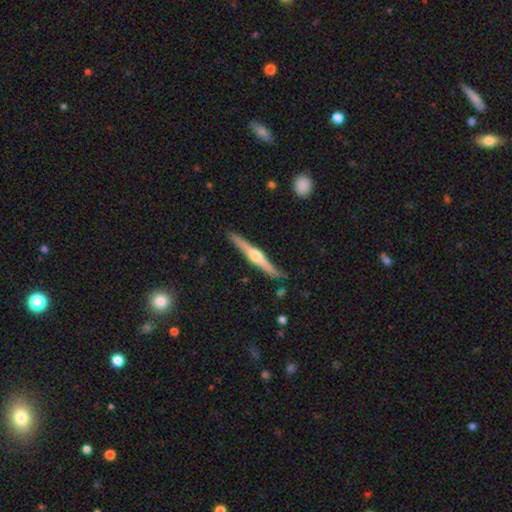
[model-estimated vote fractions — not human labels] Smooth or featured: featured or disk — 75% (smooth — 20%)
Edge-on disk: yes — 98% (no — 2%)
Edge-on bulge: rounded — 91% (boxy — 5%)
Merging: none — 88% (minor disturbance — 9%)